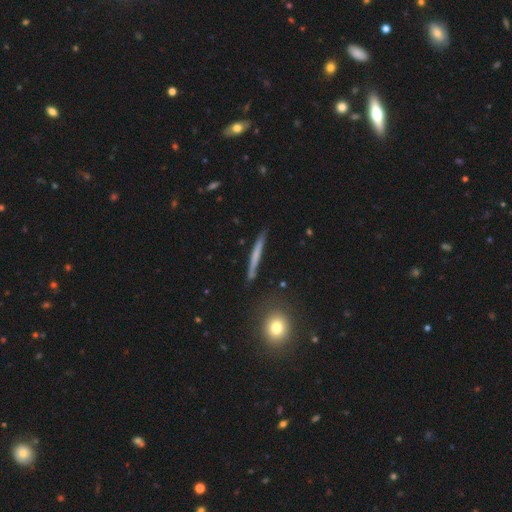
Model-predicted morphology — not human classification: smooth_or_featured: smooth (p=0.52) [alt: featured or disk p=0.41]
how_rounded: cigar-shaped (p=0.94) [alt: round p=0.03]
merging: none (p=0.87) [alt: minor disturbance p=0.10]